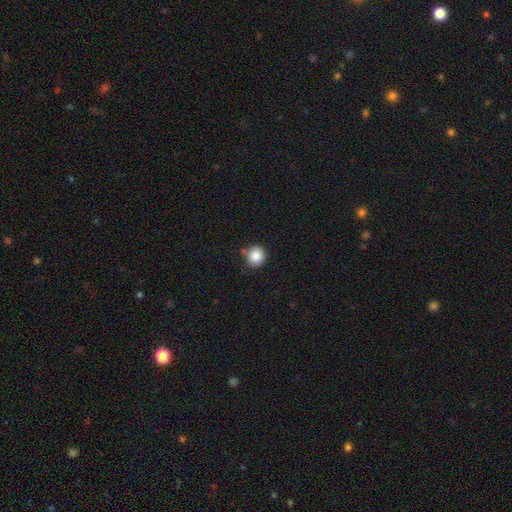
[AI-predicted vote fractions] This appears to be a smooth galaxy with no disk features (86%) that is round (90%). Merging: none (77%).